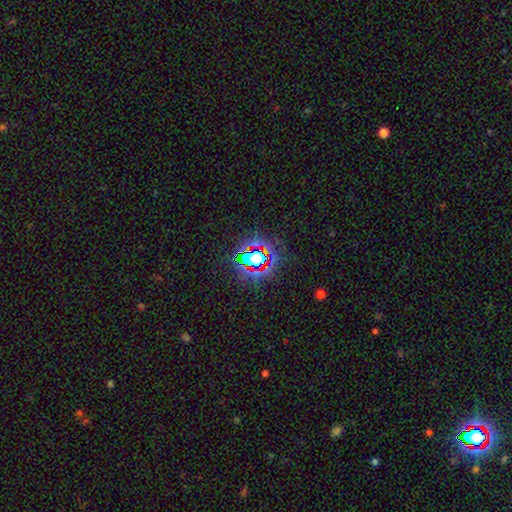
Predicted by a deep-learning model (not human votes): Q: Smooth or featured?
A: star or artifact (69%); runner-up: smooth (20%)